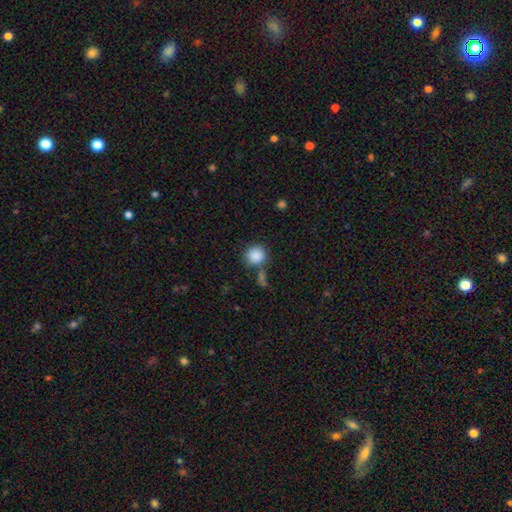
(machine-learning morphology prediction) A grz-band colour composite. It shows a smooth galaxy with no disk features (88%) that is round (89%). Merging: none (70%).